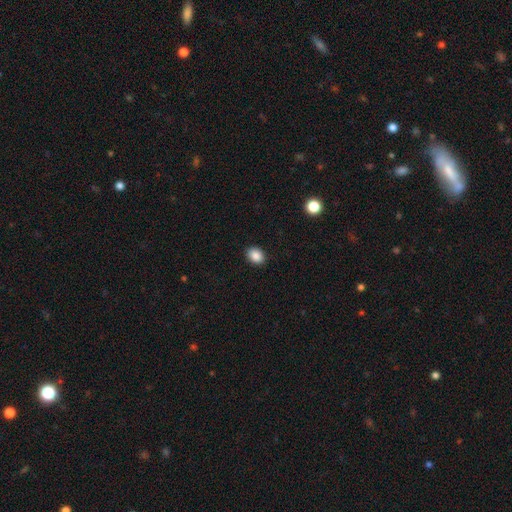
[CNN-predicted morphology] type=smooth (88%); roundness=in between (63%); merging=none (90%).